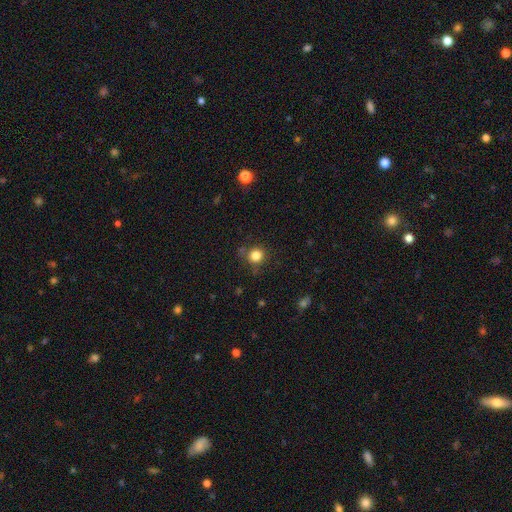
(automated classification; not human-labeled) This appears to be a smooth galaxy with no disk features (82%) that is round (91%). Merging: none (79%).